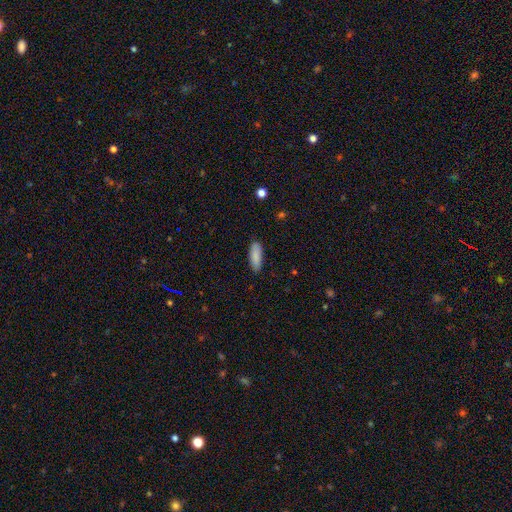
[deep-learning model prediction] Smooth or featured? smooth (89%)
How rounded? in between (61%)
Merging? none (87%)